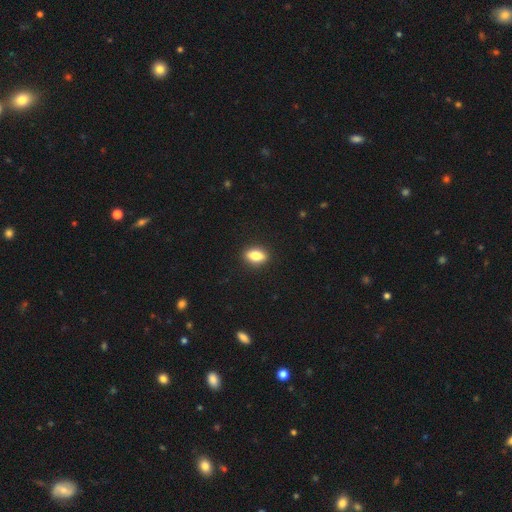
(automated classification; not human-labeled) Smooth or featured? Predicted: smooth (p=0.77). How rounded? Predicted: in between (p=0.79). Merging? Predicted: none (p=0.90).